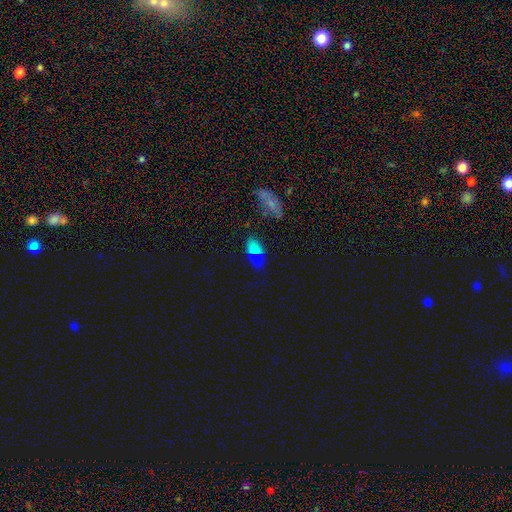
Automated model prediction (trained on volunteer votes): Overall: smooth (67%). How rounded: in between (90%). Merging: none (77%).